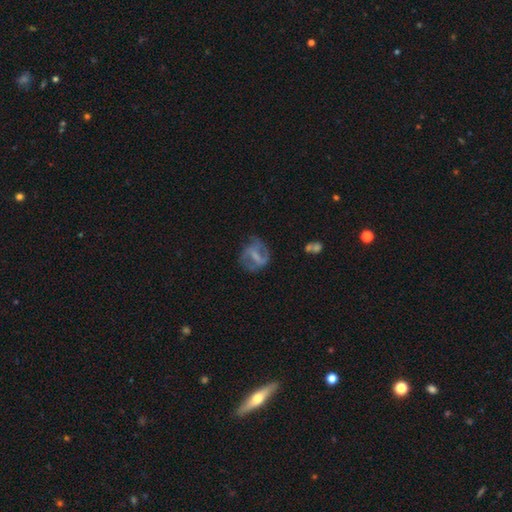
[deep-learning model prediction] smooth_or_featured: featured or disk (p=0.64) [alt: smooth p=0.27]
disk_edge_on: no (p=0.96) [alt: yes p=0.04]
bar: weak (p=0.42) [alt: strong p=0.37]
has_spiral_arms: yes (p=0.66) [alt: no p=0.34]
bulge_size: none (p=0.41) [alt: small p=0.29]
merging: none (p=0.53) [alt: minor disturbance p=0.24]